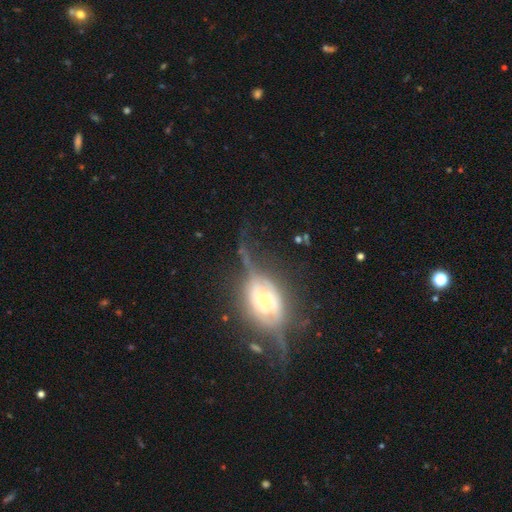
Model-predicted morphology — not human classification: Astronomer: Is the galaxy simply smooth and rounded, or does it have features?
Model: featured or disk — 76%.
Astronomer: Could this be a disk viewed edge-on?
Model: yes — 61% (runner-up: no, 39%).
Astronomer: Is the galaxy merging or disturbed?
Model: none — 47% (runner-up: major disturbance, 28%).